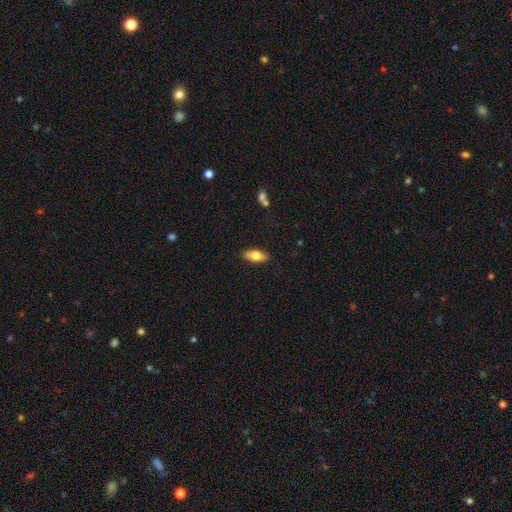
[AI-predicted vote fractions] Smooth or featured: smooth — 73% (featured or disk — 20%)
How rounded: in between — 82% (cigar-shaped — 15%)
Merging: none — 88% (minor disturbance — 9%)